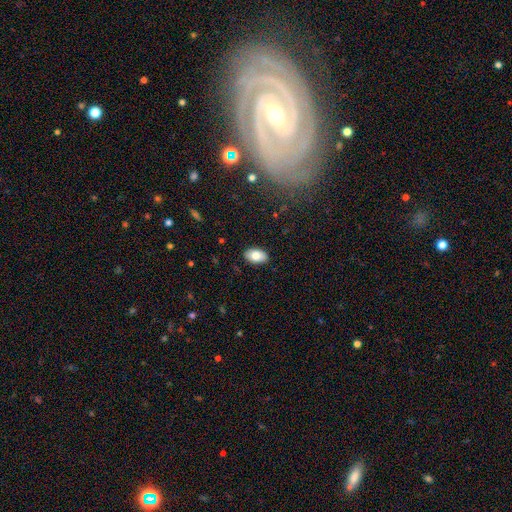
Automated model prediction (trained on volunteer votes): smooth_or_featured: smooth (p=0.79) [alt: featured or disk p=0.14]
how_rounded: in between (p=0.92) [alt: round p=0.07]
merging: none (p=0.88) [alt: minor disturbance p=0.09]